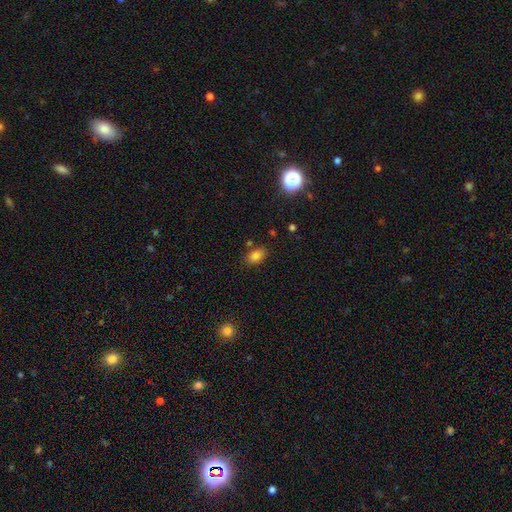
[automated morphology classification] smooth 80%, star or artifact 13%, featured or disk 7%. Down the decision tree: how rounded — in between (82%); merging — none (80%).